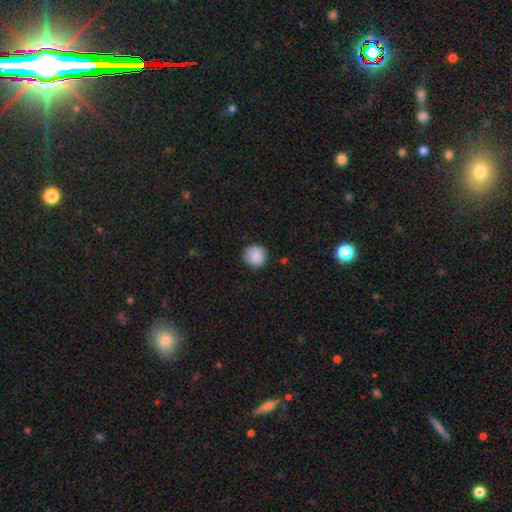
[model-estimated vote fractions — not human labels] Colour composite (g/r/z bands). It shows a smooth galaxy with no disk features (88%) that is round (92%). Merging: none (89%).